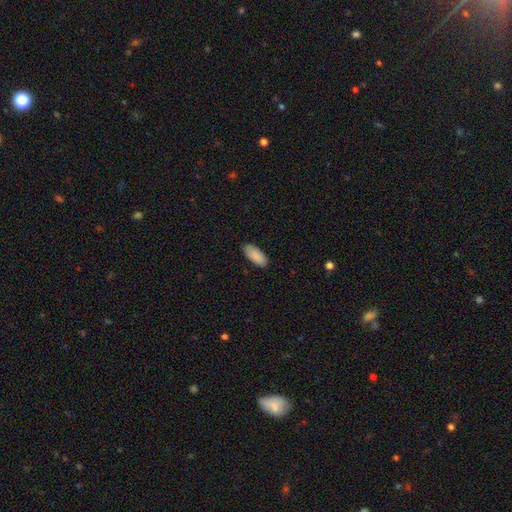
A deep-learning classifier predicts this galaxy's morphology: smooth 90%, star or artifact 6%, featured or disk 5%. Down the decision tree: how rounded — in between (86%); merging — none (85%).